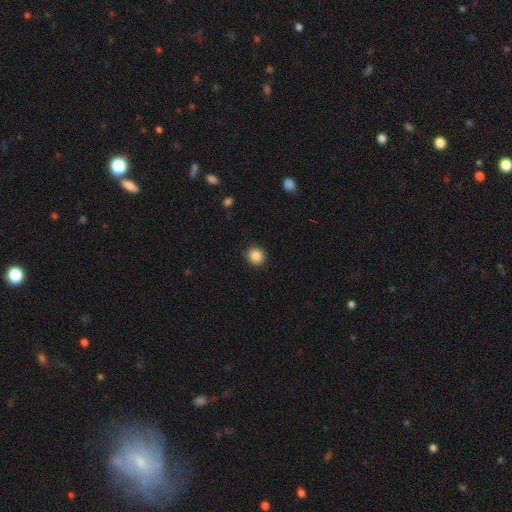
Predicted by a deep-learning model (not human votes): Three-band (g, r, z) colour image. It shows a smooth galaxy with no disk features (87%) that is round (87%). Merging: none (91%).